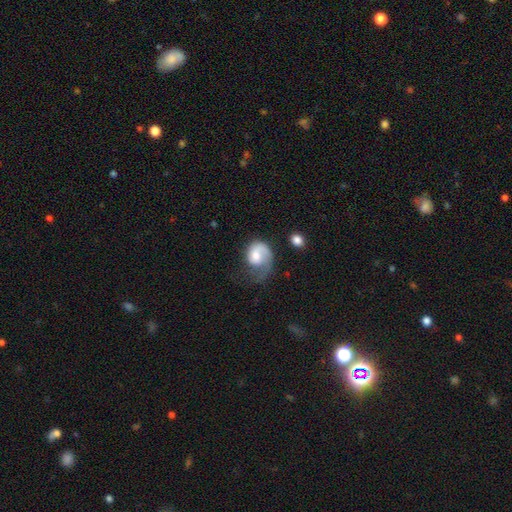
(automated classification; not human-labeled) This appears to be a featured or disk galaxy (56%) with no bar (71%), spiral arms (87%) and a moderate central bulge (53%). Merging: major disturbance (44%).